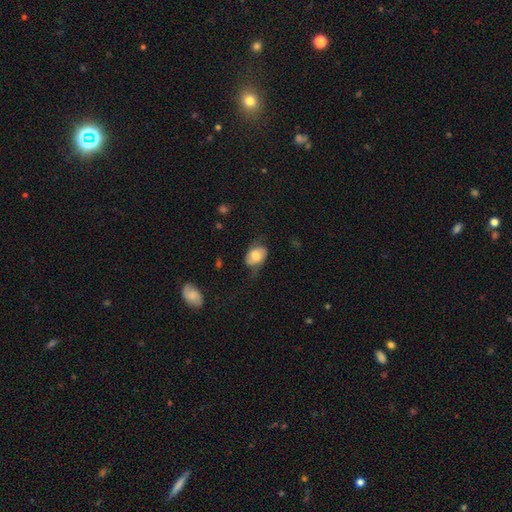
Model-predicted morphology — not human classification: Overall: smooth (68%). How rounded: in between (77%). Merging: none (49%; minor disturbance 32%).